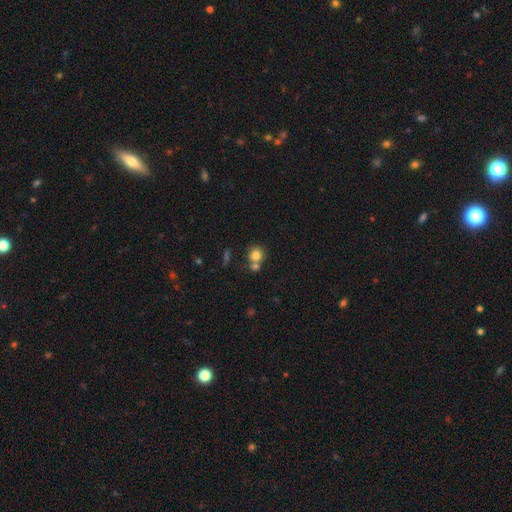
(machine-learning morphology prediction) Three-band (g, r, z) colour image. It shows a smooth galaxy with no disk features (79%) that is round (87%). Merging: none (50%).